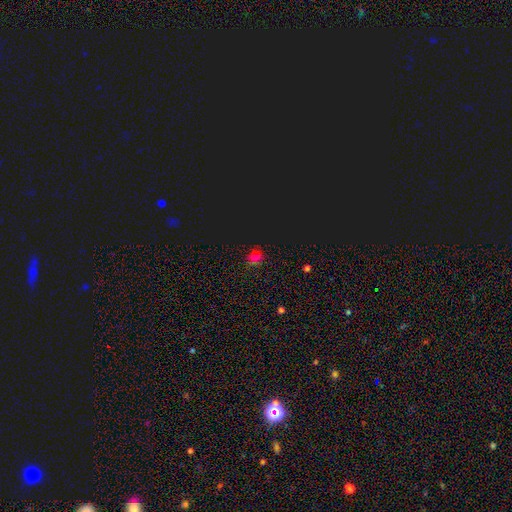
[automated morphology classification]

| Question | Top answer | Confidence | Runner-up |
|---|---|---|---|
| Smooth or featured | star or artifact | 53% | smooth (38%) |